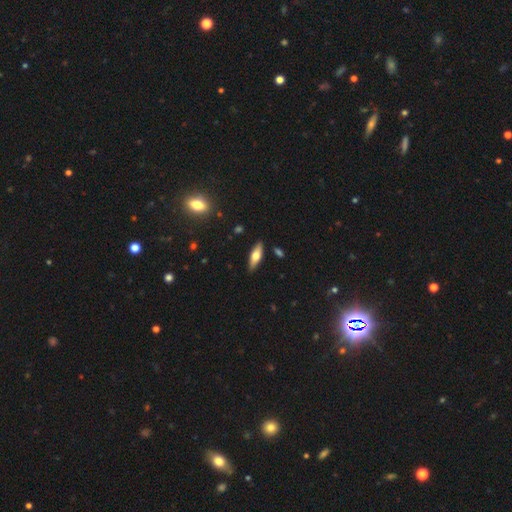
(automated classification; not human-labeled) A smooth galaxy with no disk features (58%) that is in between round and cigar-shaped (54%). Merging: none (87%).